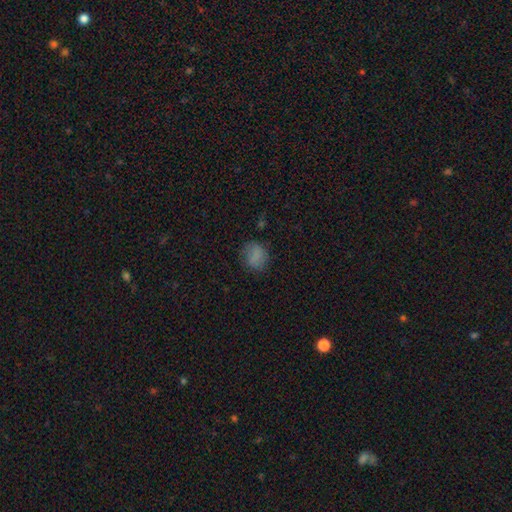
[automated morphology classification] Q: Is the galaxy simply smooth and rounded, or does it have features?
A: smooth — 79%.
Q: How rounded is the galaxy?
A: round — 66%.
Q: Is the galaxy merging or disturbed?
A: none — 75%.